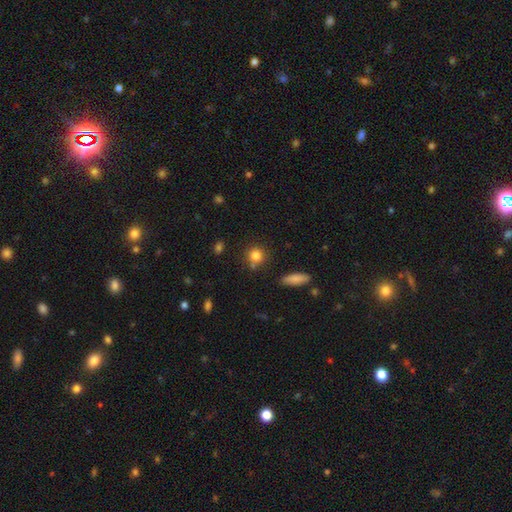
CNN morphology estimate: A smooth galaxy with no disk features (81%) that is round (86%).

Vote fractions:
- Smooth or featured? smooth: 81% / star or artifact: 11% / featured or disk: 8%
- How rounded? round: 86% / in between: 12% / cigar-shaped: 2%
- Merging? none: 73% / merger: 13% / minor disturbance: 11% / major disturbance: 3%